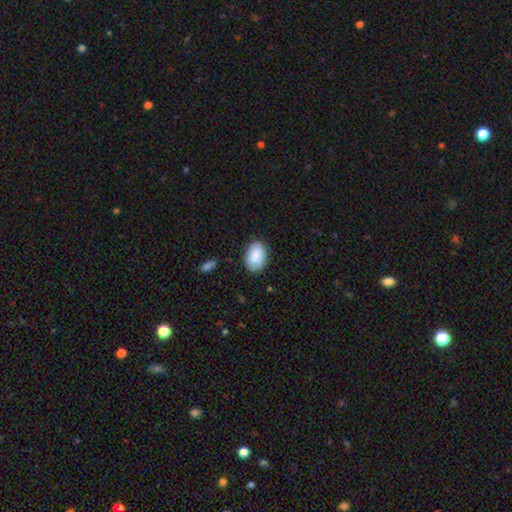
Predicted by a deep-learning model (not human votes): Overall: smooth (87%). How rounded: in between (90%). Merging: none (81%).